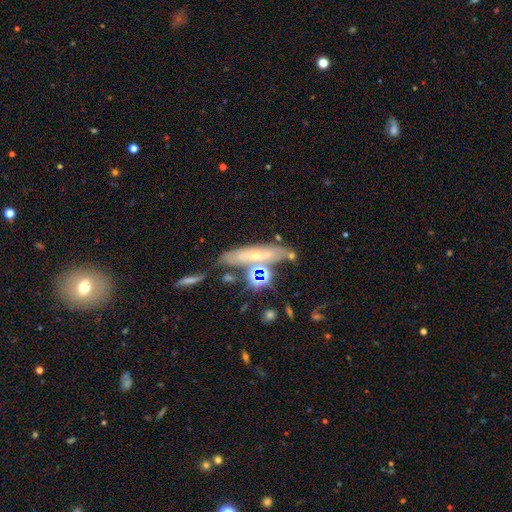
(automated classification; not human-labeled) Morphology: type=featured or disk (47%); merging=none (61%).